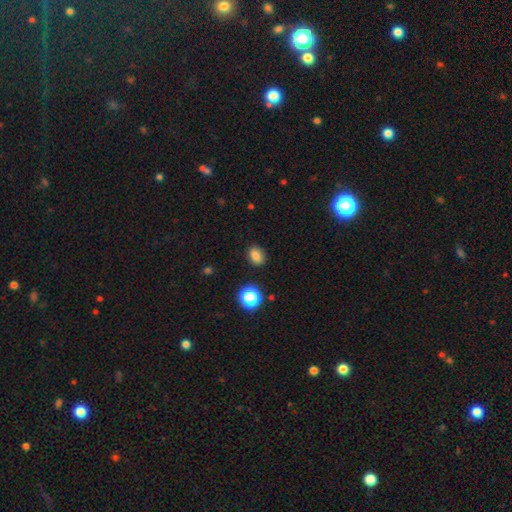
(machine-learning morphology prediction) Q: Smooth or featured?
A: smooth (81%); runner-up: star or artifact (13%)
Q: How rounded?
A: in between (58%); runner-up: round (41%)
Q: Merging?
A: none (86%); runner-up: minor disturbance (9%)